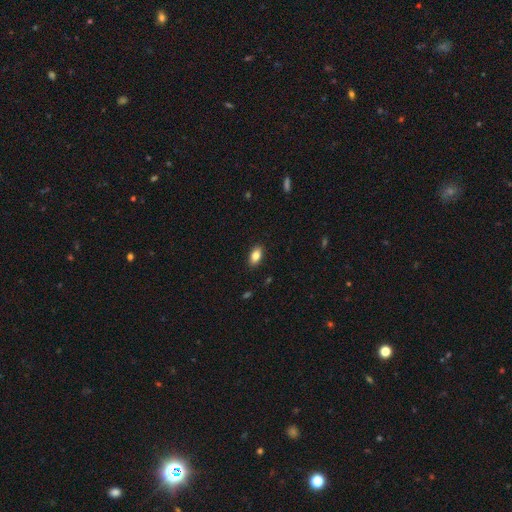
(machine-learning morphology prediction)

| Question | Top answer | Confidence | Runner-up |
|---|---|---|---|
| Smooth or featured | smooth | 82% | featured or disk (10%) |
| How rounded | in between | 90% | round (5%) |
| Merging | none | 89% | minor disturbance (9%) |